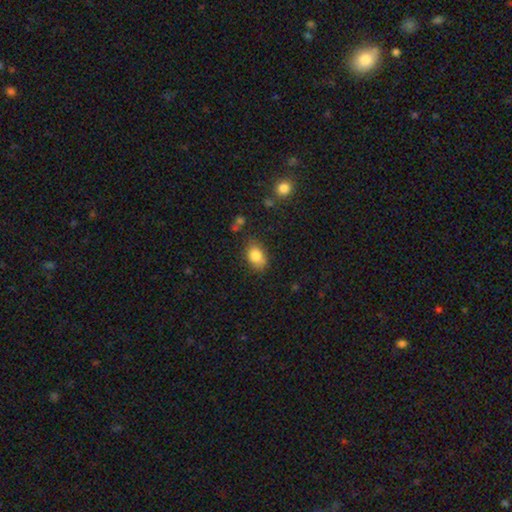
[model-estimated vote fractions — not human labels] Overall: smooth (83%). How rounded: in between (79%). Merging: none (74%).